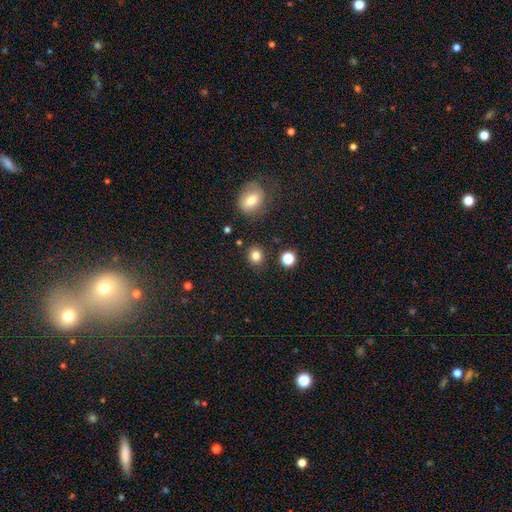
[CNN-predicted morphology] This is clearly a smooth galaxy (82%). How rounded: likely round (79%). Merging: clearly none (86%).